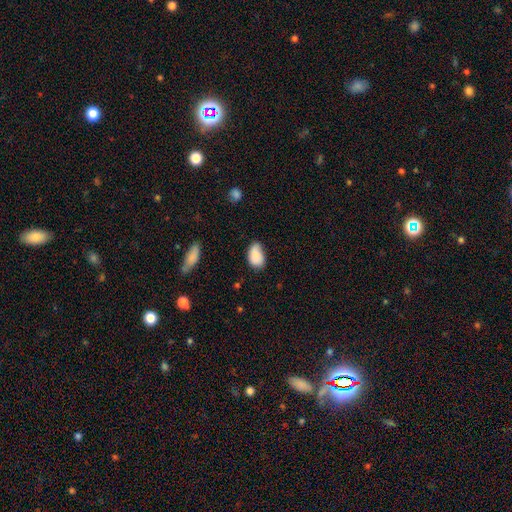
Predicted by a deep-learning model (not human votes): Morphology: type=smooth (87%); roundness=in between (90%); merging=none (58%).